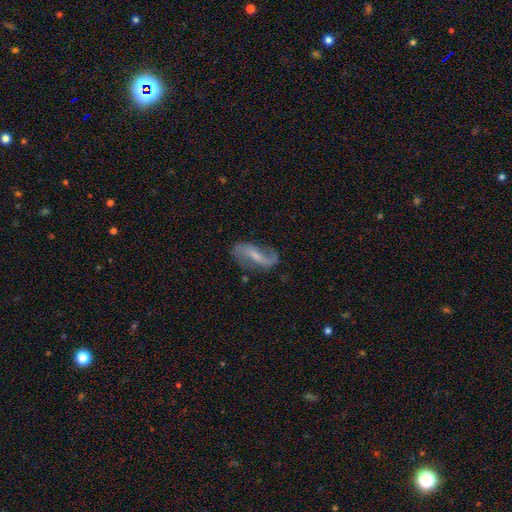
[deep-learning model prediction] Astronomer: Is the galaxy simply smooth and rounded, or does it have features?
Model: featured or disk — 77%.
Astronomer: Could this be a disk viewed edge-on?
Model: no — 93%.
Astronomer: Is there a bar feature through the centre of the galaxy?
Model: weak — 40% (runner-up: strong, 37%).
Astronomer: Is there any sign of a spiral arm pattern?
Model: yes — 90%.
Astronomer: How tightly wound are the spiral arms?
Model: loose — 72%.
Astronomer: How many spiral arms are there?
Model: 2 — 82%.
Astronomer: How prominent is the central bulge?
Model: small — 59%.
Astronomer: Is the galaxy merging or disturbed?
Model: none — 62%.